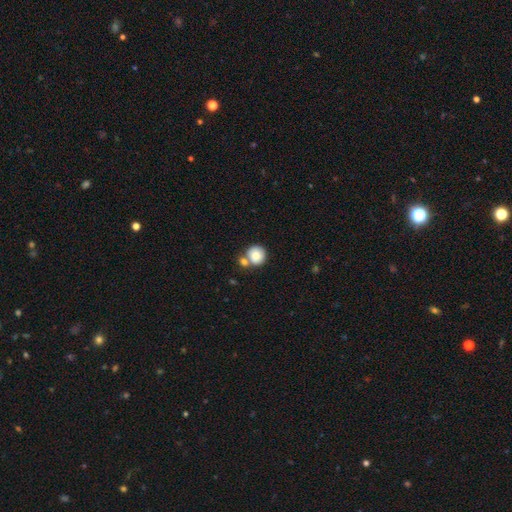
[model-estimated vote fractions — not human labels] A smooth galaxy with no disk features (81%) that is round (90%).

Vote fractions:
- Smooth or featured? smooth: 81% / featured or disk: 11% / star or artifact: 8%
- How rounded? round: 90% / in between: 9% / cigar-shaped: 1%
- Merging? none: 55% / merger: 32% / minor disturbance: 10% / major disturbance: 3%